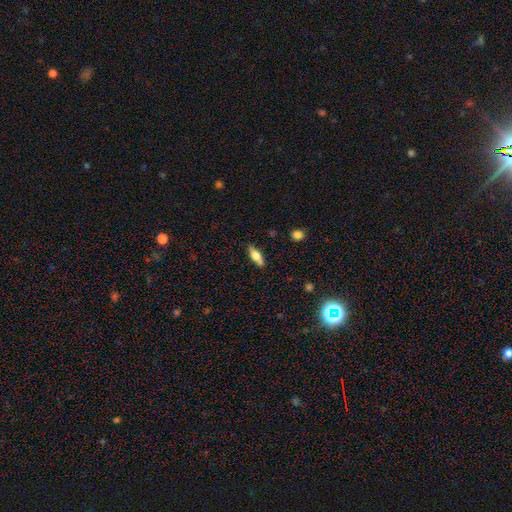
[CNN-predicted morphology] type=smooth (54%); roundness=in between (59%); merging=none (86%).